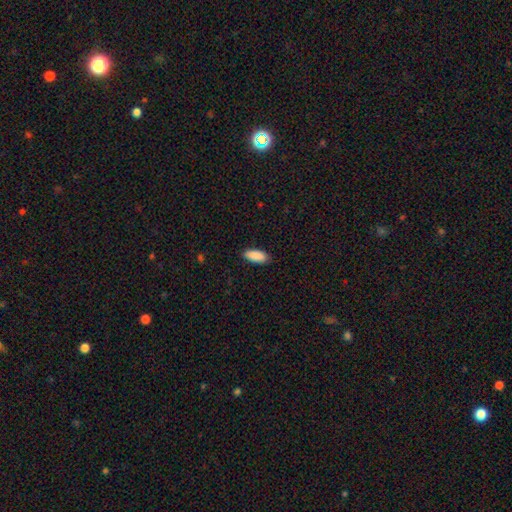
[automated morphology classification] smooth-or-featured: smooth: 90% | star or artifact: 6% | featured or disk: 4%
  how-rounded: in between: 83% | cigar-shaped: 15% | round: 2%
  merging: none: 88% | minor disturbance: 9% | major disturbance: 2% | merger: 1%